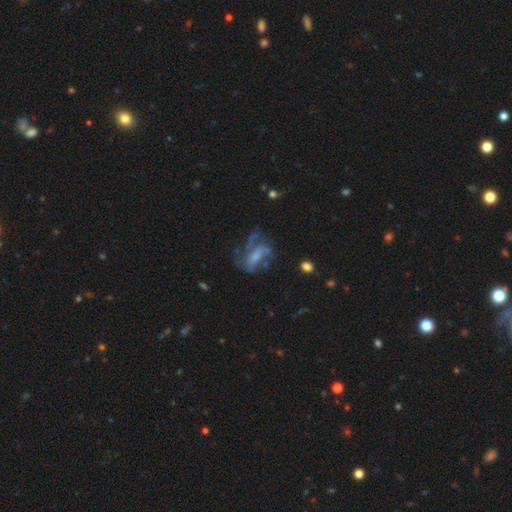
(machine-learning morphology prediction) This appears to be a featured or disk galaxy (65%) with no bar (39%), spiral arms (74%) and a moderate central bulge (31%, tied with small). Merging: none (48%).